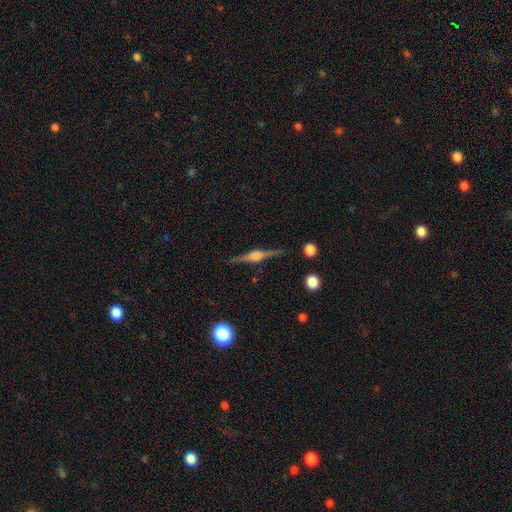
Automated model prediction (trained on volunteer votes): This is clearly a featured or disk galaxy (86%). It is clearly viewed edge-on (98%). Edge-on bulge: clearly rounded (86%). Merging: clearly none (89%).